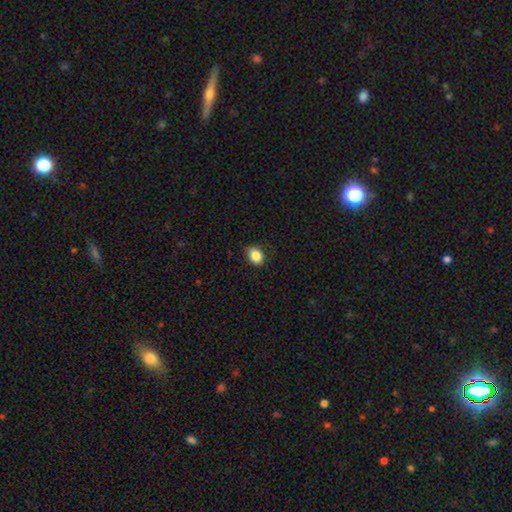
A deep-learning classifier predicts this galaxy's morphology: smooth-or-featured: smooth: 86% | star or artifact: 9% | featured or disk: 5%
  how-rounded: in between: 60% | round: 39% | cigar-shaped: 1%
  merging: none: 83% | minor disturbance: 14% | major disturbance: 2% | merger: 1%